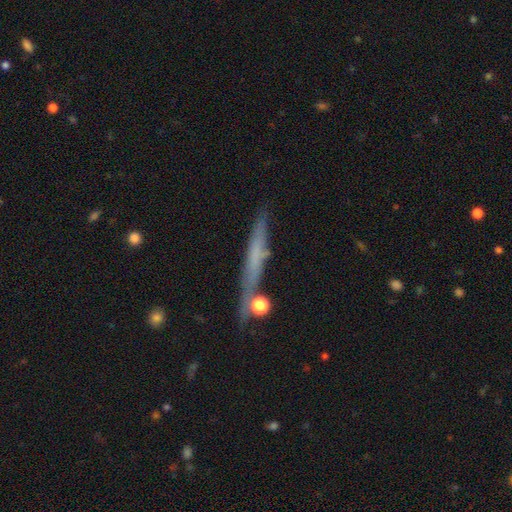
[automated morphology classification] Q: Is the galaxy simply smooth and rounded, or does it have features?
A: smooth — 47%.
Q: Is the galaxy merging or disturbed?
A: none — 76%.